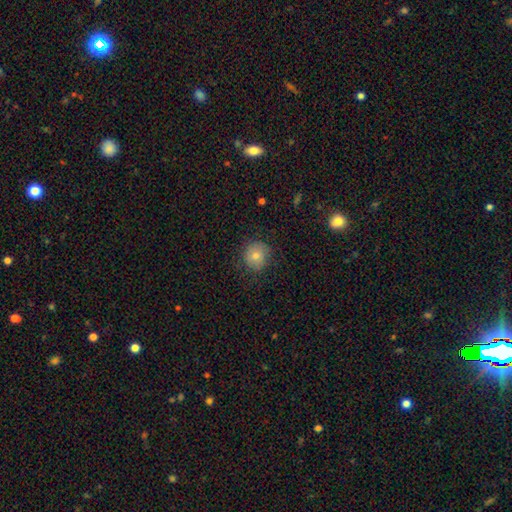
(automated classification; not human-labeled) smooth-or-featured: smooth: 76% | featured or disk: 14% | star or artifact: 10%
  how-rounded: round: 87% | in between: 12% | cigar-shaped: 1%
  merging: none: 77% | minor disturbance: 17% | major disturbance: 5% | merger: 1%